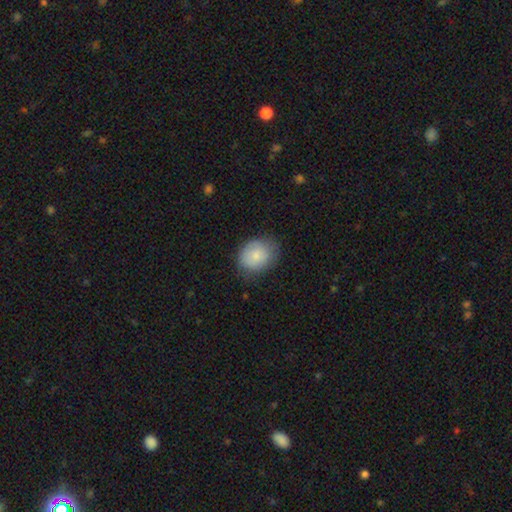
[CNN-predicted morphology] Smooth or featured: smooth — 80% (featured or disk — 12%)
How rounded: round — 55% (in between — 44%)
Merging: none — 69% (minor disturbance — 24%)